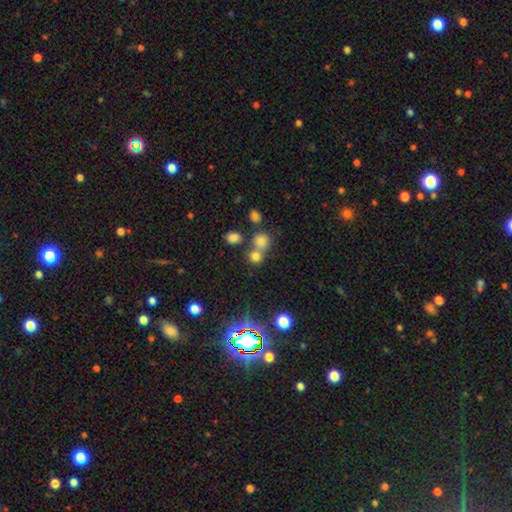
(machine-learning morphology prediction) A smooth galaxy with no disk features (72%) that is round (83%).

Vote fractions:
- Smooth or featured? smooth: 72% / star or artifact: 20% / featured or disk: 9%
- How rounded? round: 83% / in between: 16% / cigar-shaped: 1%
- Merging? none: 52% / merger: 38% / minor disturbance: 7% / major disturbance: 3%